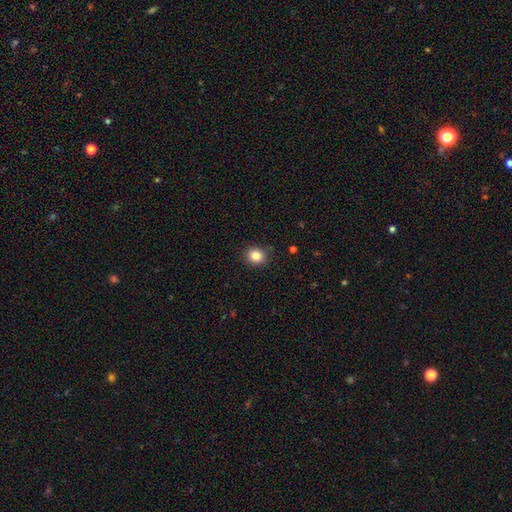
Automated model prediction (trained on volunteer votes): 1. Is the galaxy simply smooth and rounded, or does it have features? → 84% smooth, 11% star or artifact, 5% featured or disk.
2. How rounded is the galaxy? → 80% round, 19% in between, 1% cigar-shaped.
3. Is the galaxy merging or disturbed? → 90% none, 7% minor disturbance, 2% major disturbance, 1% merger.